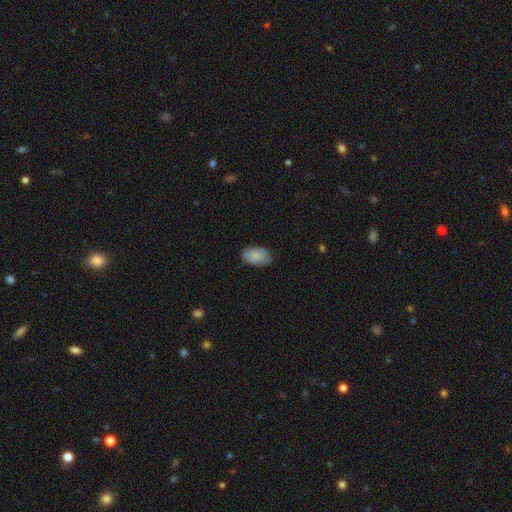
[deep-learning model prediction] smooth-or-featured: smooth: 86% | featured or disk: 8% | star or artifact: 7%
  how-rounded: in between: 91% | round: 8% | cigar-shaped: 1%
  merging: none: 75% | minor disturbance: 20% | major disturbance: 4% | merger: 1%